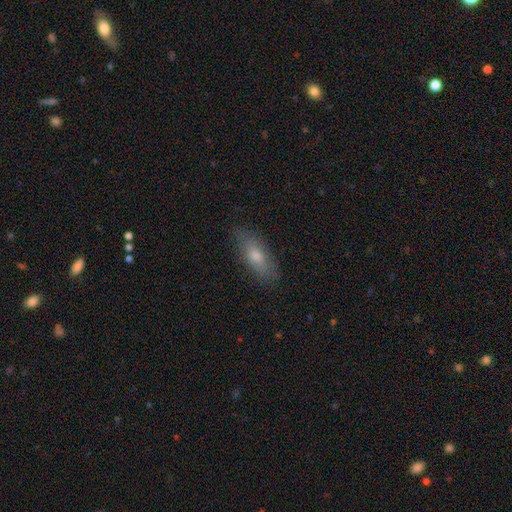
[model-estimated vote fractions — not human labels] Morphology: type=smooth (66%); roundness=in between (66%); merging=none (83%).